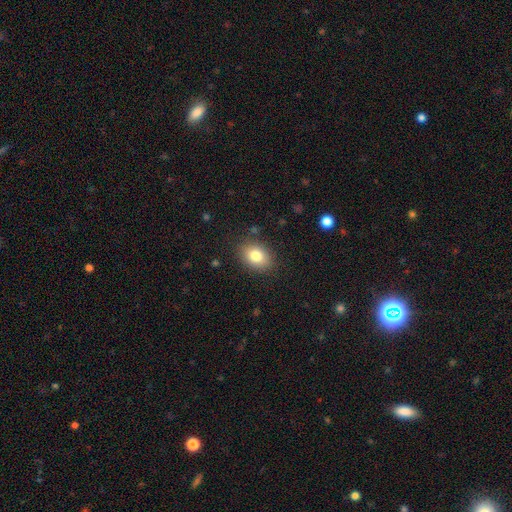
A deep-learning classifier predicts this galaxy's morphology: A smooth galaxy with no disk features (81%) that is in between round and cigar-shaped (66%).

Vote fractions:
- Smooth or featured? smooth: 81% / star or artifact: 10% / featured or disk: 9%
- How rounded? in between: 66% / round: 33% / cigar-shaped: 1%
- Merging? none: 85% / minor disturbance: 10% / major disturbance: 3% / merger: 1%